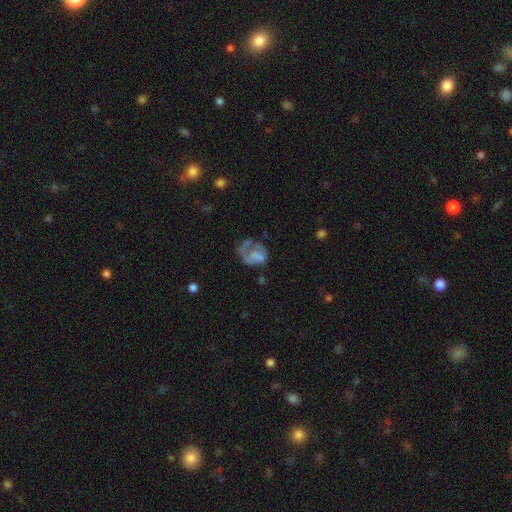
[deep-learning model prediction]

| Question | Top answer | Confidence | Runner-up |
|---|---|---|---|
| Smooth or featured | smooth | 45% | featured or disk (43%) |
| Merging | major disturbance | 41% | none (31%) |